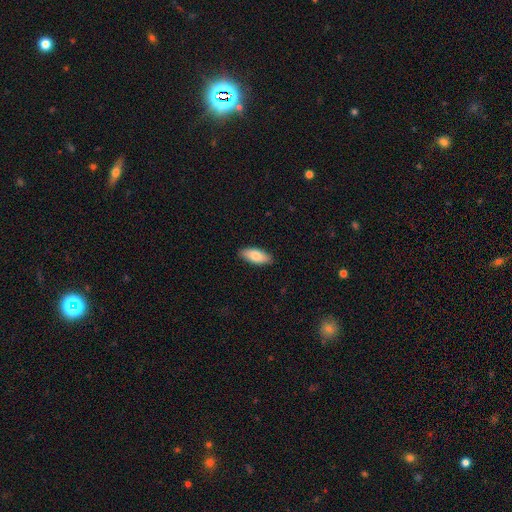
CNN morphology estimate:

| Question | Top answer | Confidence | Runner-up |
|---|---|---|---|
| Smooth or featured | smooth | 83% | featured or disk (11%) |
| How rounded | in between | 84% | cigar-shaped (14%) |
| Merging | none | 88% | minor disturbance (9%) |